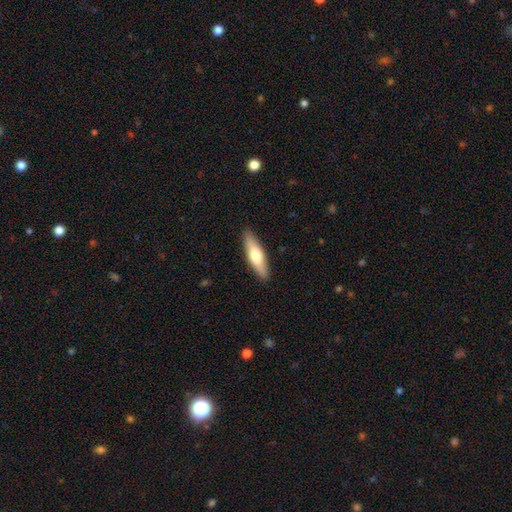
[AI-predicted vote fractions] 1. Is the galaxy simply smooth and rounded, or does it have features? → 62% smooth, 32% featured or disk, 5% star or artifact.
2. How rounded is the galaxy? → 65% cigar-shaped, 33% in between, 2% round.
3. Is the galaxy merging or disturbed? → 90% none, 8% minor disturbance, 2% major disturbance, 1% merger.